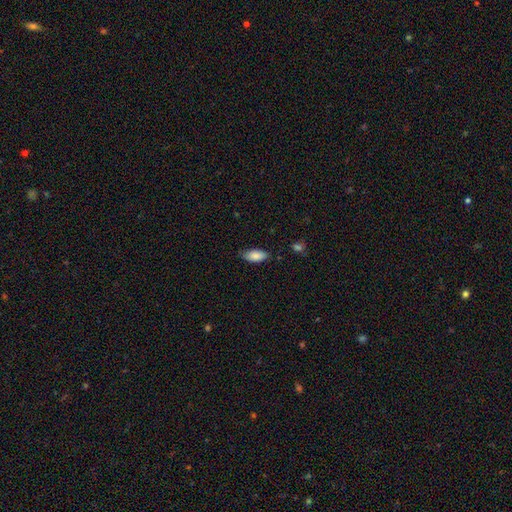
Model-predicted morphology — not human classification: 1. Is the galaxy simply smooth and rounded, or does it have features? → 86% smooth, 7% featured or disk, 7% star or artifact.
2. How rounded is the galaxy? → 89% in between, 9% cigar-shaped, 2% round.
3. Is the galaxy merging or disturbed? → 77% none, 19% minor disturbance, 3% major disturbance, 2% merger.